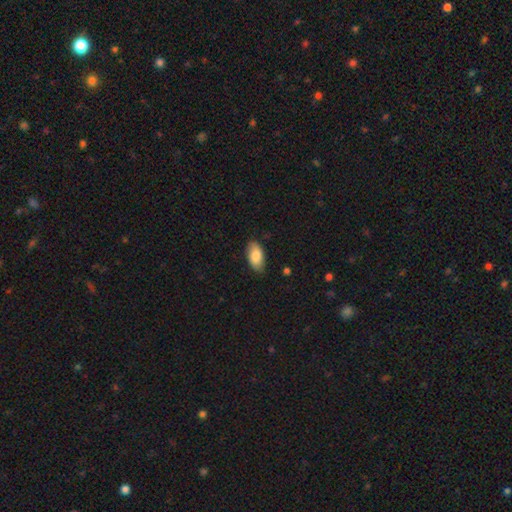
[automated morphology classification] Overall: smooth (83%). How rounded: in between (94%). Merging: none (81%).